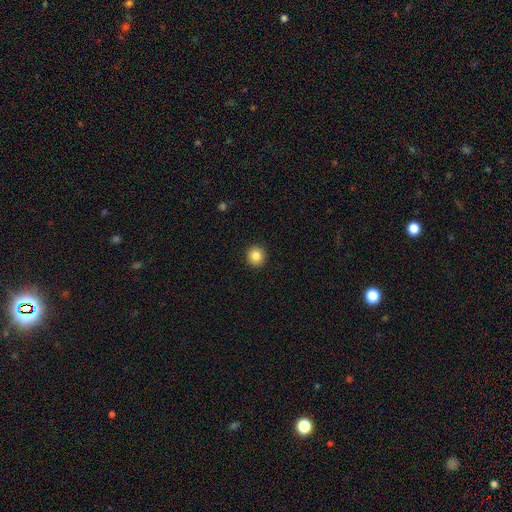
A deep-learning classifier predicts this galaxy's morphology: Smooth or featured? smooth (85%)
How rounded? round (92%)
Merging? none (93%)